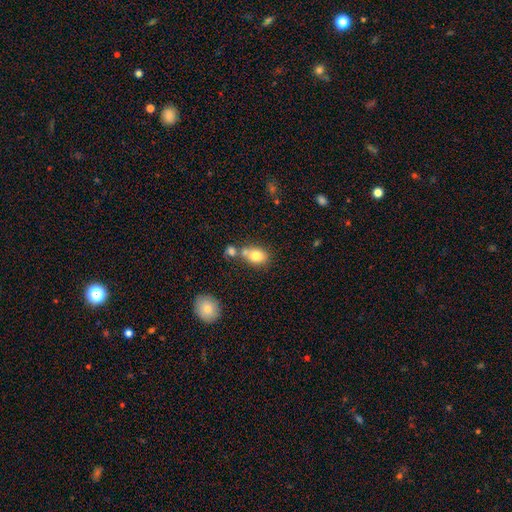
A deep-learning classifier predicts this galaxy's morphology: This is likely a smooth galaxy (77%). How rounded: likely in between (62%). Merging: marginally none (44%).